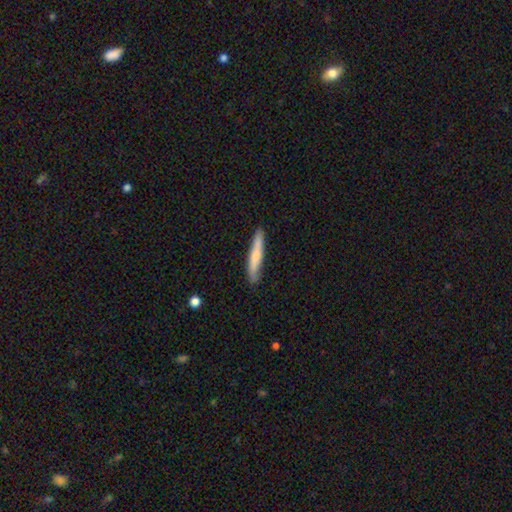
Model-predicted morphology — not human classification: smooth-or-featured: smooth: 64% | featured or disk: 30% | star or artifact: 5%
  how-rounded: cigar-shaped: 93% | in between: 6% | round: 1%
  merging: none: 86% | minor disturbance: 11% | major disturbance: 2% | merger: 1%